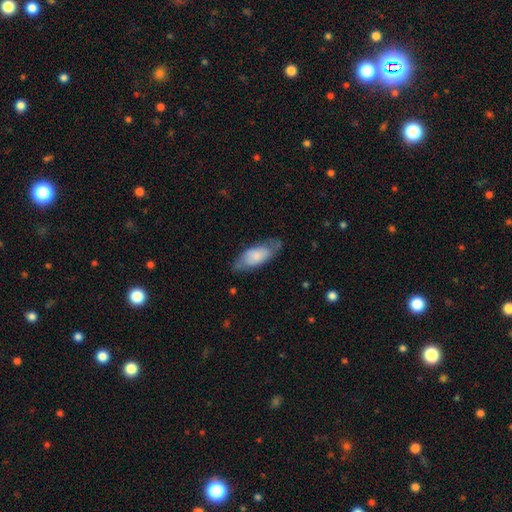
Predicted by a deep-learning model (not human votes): Smooth or featured: smooth — 68% (featured or disk — 26%)
How rounded: in between — 82% (cigar-shaped — 15%)
Merging: none — 66% (minor disturbance — 25%)